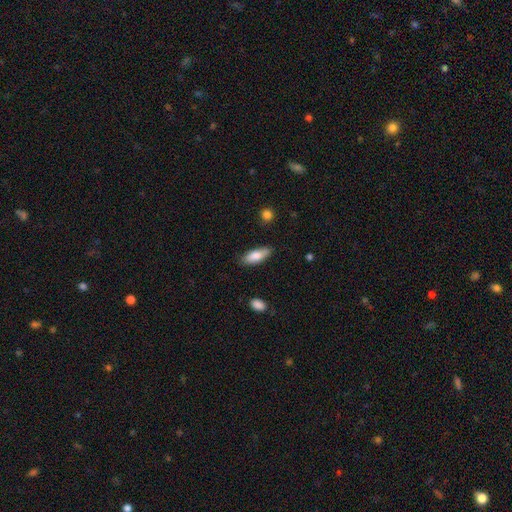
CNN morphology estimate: Q: Smooth or featured?
A: smooth (80%); runner-up: featured or disk (14%)
Q: How rounded?
A: in between (70%); runner-up: cigar-shaped (28%)
Q: Merging?
A: none (79%); runner-up: minor disturbance (16%)